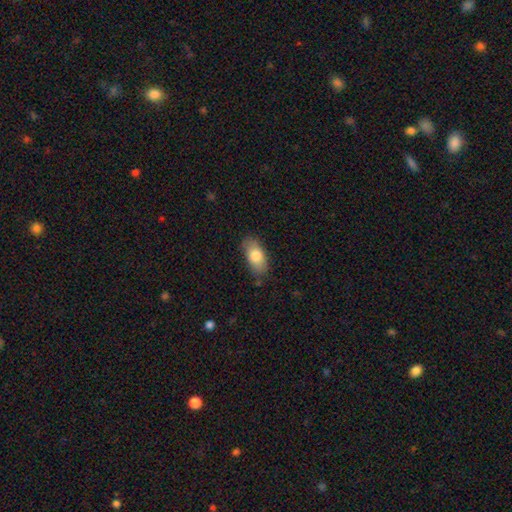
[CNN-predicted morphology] Smooth or featured? smooth (80%)
How rounded? in between (90%)
Merging? none (78%)